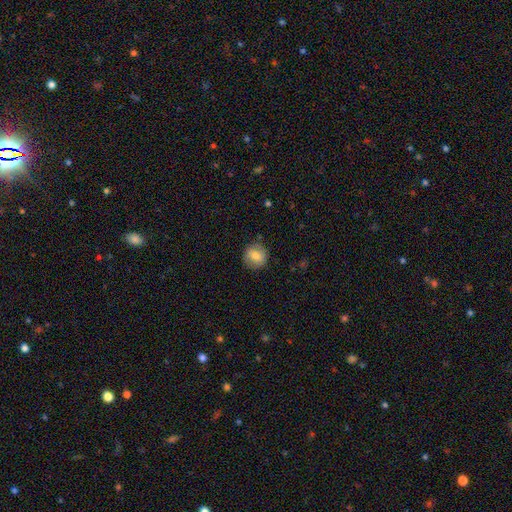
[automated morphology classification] Smooth or featured? Predicted: smooth (p=0.74). How rounded? Predicted: round (p=0.88). Merging? Predicted: none (p=0.83).